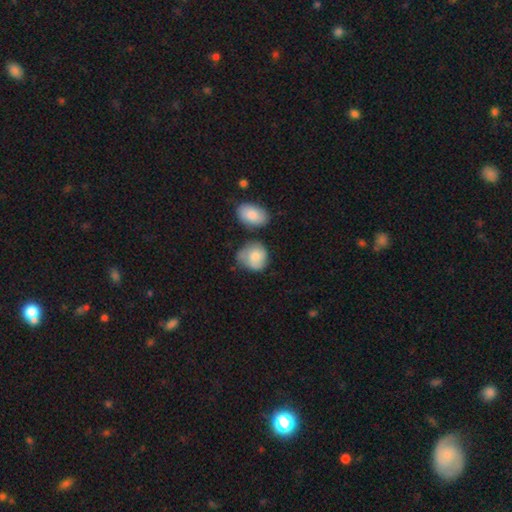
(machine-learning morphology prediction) smooth 74%, featured or disk 20%, star or artifact 6%. Down the decision tree: how rounded — round (71%); merging — none (46%).